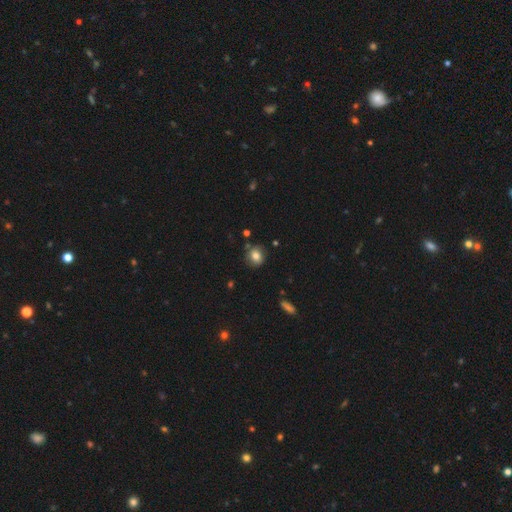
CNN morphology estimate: smooth-or-featured: smooth: 79% | featured or disk: 10% | star or artifact: 10%
  how-rounded: round: 75% | in between: 23% | cigar-shaped: 1%
  merging: none: 81% | minor disturbance: 13% | merger: 3% | major disturbance: 3%